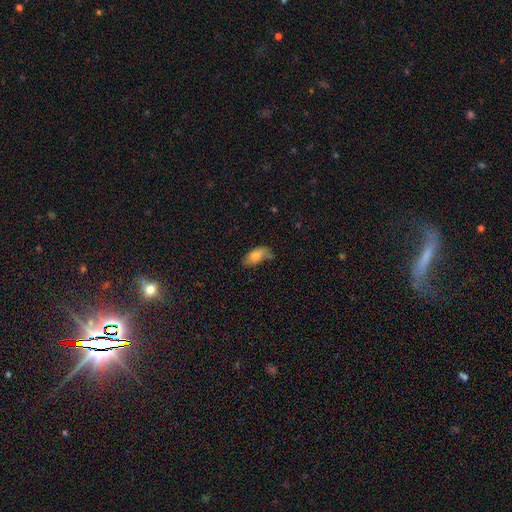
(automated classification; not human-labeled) Q: Smooth or featured?
A: smooth (79%); runner-up: featured or disk (13%)
Q: How rounded?
A: in between (92%); runner-up: cigar-shaped (4%)
Q: Merging?
A: none (50%); runner-up: minor disturbance (33%)